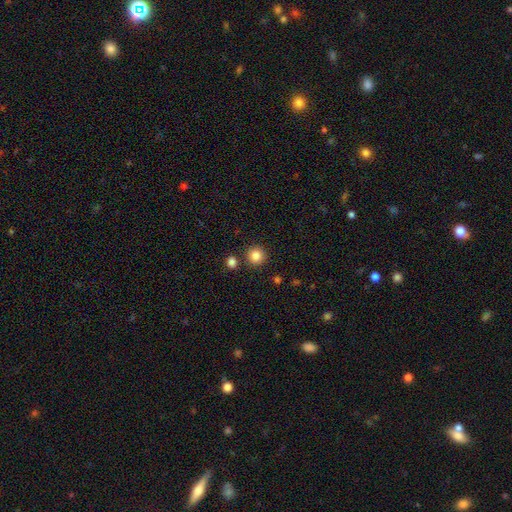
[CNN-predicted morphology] This is clearly a smooth galaxy (85%). How rounded: clearly round (94%). Merging: clearly none (87%).